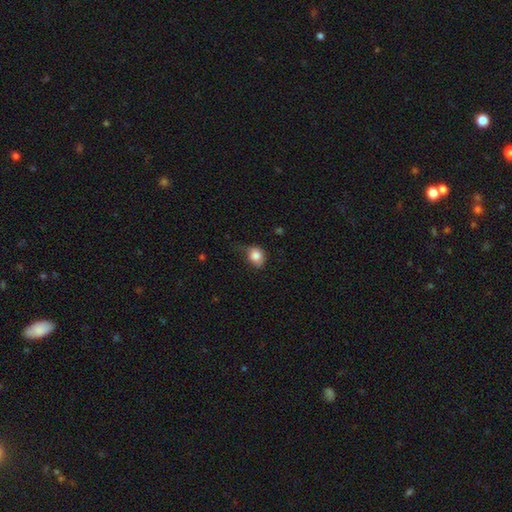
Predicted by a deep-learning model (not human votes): This appears to be a smooth galaxy with no disk features (82%) that is round (53%). Merging: none (43%).